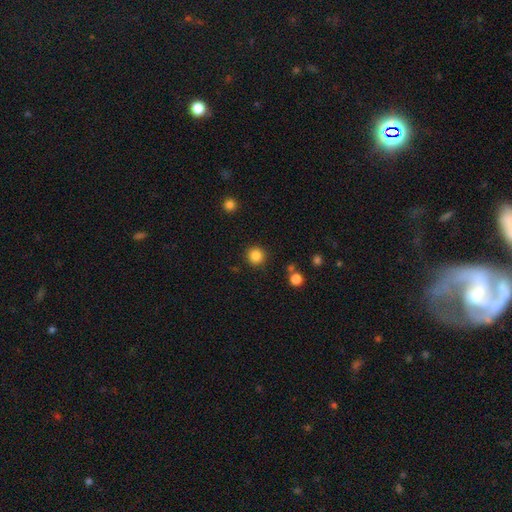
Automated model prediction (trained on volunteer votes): A smooth galaxy with no disk features (85%) that is round (95%). Merging: none (90%).